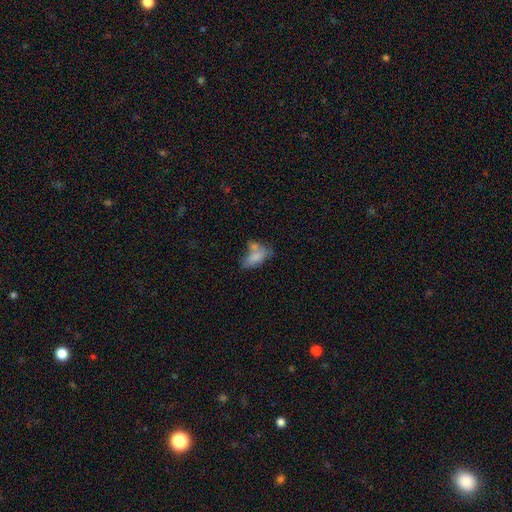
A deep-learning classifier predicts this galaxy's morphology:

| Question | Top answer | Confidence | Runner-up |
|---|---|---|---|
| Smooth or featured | smooth | 74% | featured or disk (18%) |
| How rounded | in between | 86% | cigar-shaped (9%) |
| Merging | merger | 36% | none (33%) |